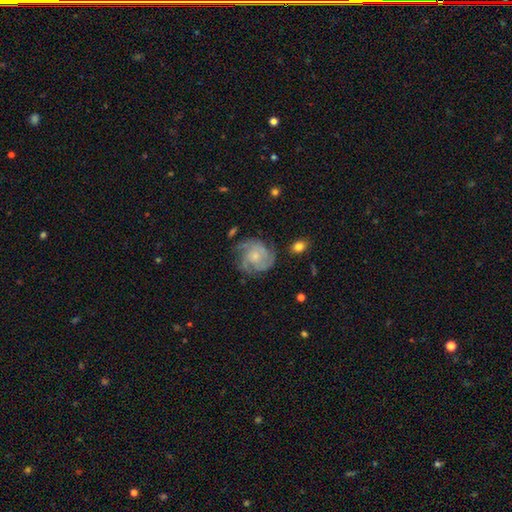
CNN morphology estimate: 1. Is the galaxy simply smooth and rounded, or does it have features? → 75% featured or disk, 18% smooth, 7% star or artifact.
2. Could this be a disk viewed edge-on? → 98% no, 2% yes.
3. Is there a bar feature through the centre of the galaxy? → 78% no, 20% weak, 3% strong.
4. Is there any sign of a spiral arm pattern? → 91% yes, 9% no.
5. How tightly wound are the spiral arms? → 52% tight, 37% medium, 11% loose.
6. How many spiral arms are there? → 32% 3, 27% can't tell, 17% 2, 13% 4, 6% 1, 5% more than 4.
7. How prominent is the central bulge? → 61% small, 28% moderate, 7% none, 2% large, 1% dominant.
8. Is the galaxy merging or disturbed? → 63% none, 22% minor disturbance, 12% major disturbance, 2% merger.